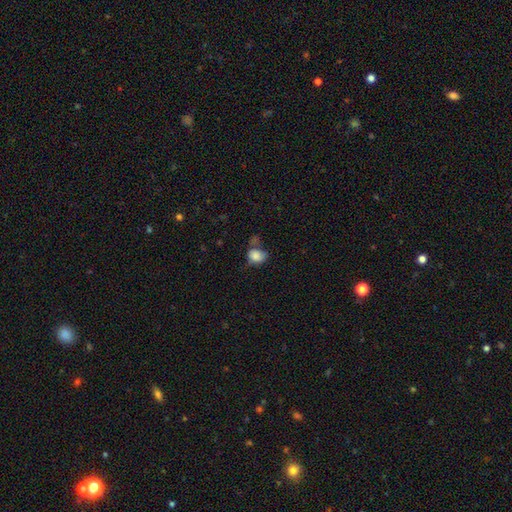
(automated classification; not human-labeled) This is clearly a smooth galaxy (82%). How rounded: possibly in between (49%, tied with round). Merging: marginally none (36%).